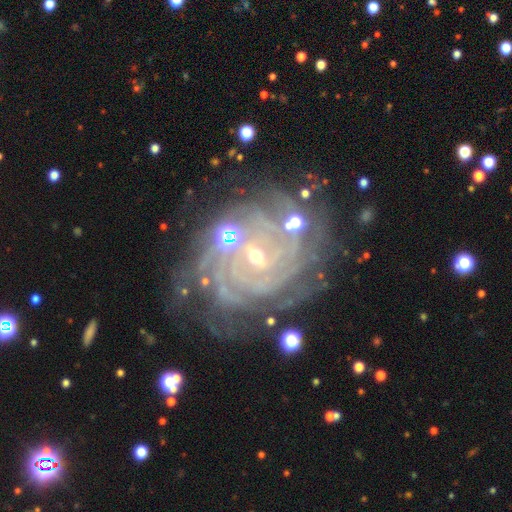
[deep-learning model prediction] This is clearly a featured or disk galaxy (89%). It is clearly not viewed edge-on (97%). Bar: possibly no (49%). Spiral arm pattern: clearly yes (98%). Spiral arm count: marginally more than 4 (25%). Spiral winding: likely tight (80%). Central bulge: likely small (71%). Merging: likely none (70%).